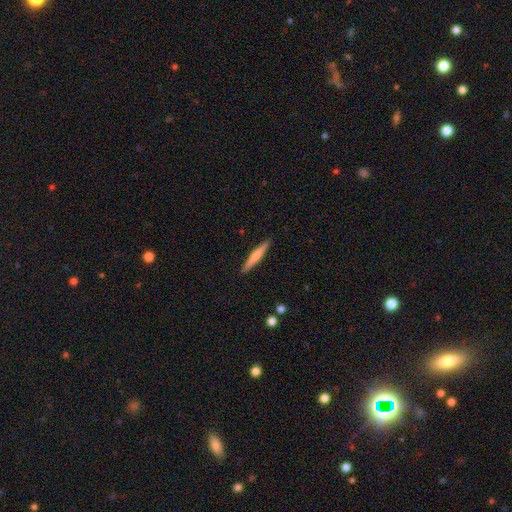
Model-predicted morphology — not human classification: This is likely a smooth galaxy (62%). How rounded: clearly cigar-shaped (95%). Merging: clearly none (91%).